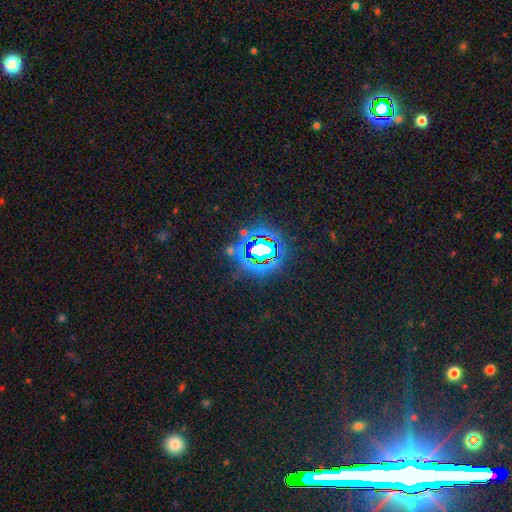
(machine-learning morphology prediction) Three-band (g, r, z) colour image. It shows a star or artifact, not a galaxy (77%).